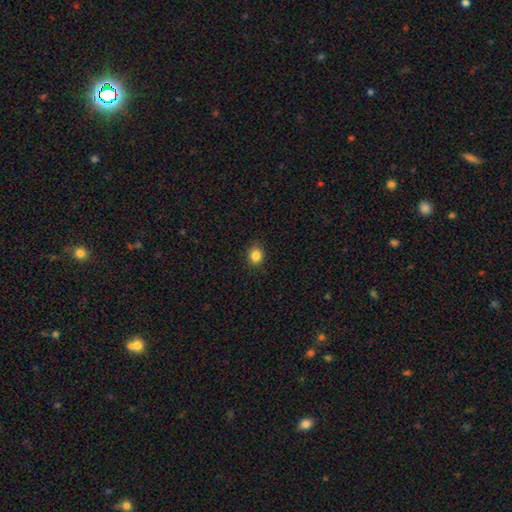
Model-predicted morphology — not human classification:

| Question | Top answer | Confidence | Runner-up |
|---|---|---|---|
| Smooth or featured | smooth | 86% | star or artifact (10%) |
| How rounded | round | 65% | in between (34%) |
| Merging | none | 88% | minor disturbance (9%) |